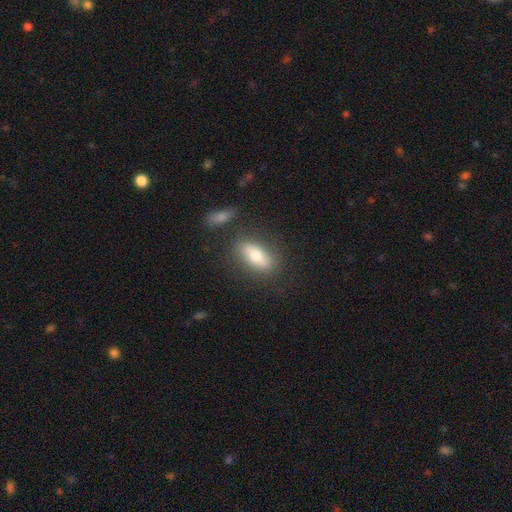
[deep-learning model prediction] This is likely a smooth galaxy (67%). How rounded: likely in between (72%). Merging: likely none (77%).